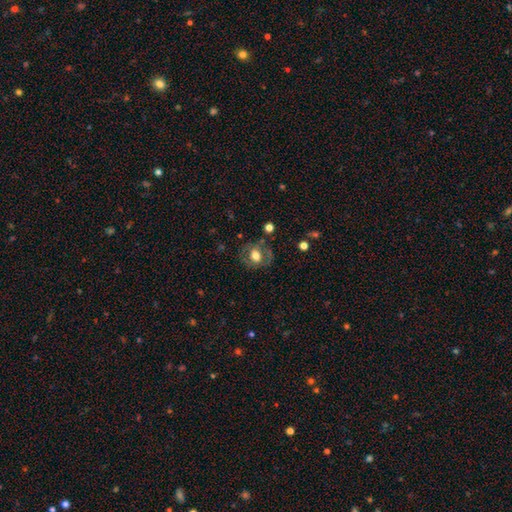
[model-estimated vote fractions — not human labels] smooth_or_featured: smooth (p=0.53) [alt: featured or disk p=0.38]
how_rounded: round (p=0.66) [alt: in between p=0.33]
merging: none (p=0.72) [alt: minor disturbance p=0.17]